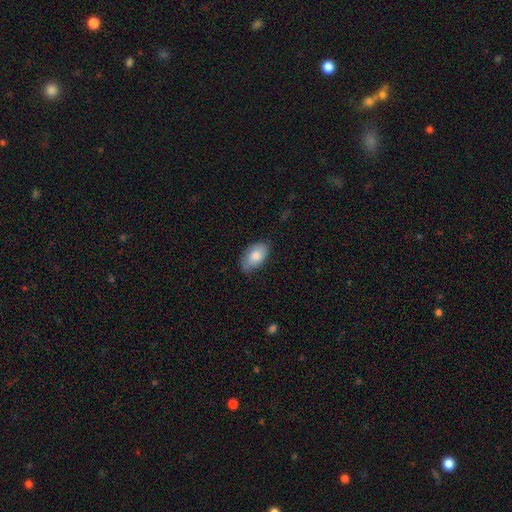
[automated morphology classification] Overall: smooth (80%). How rounded: in between (93%). Merging: none (69%).